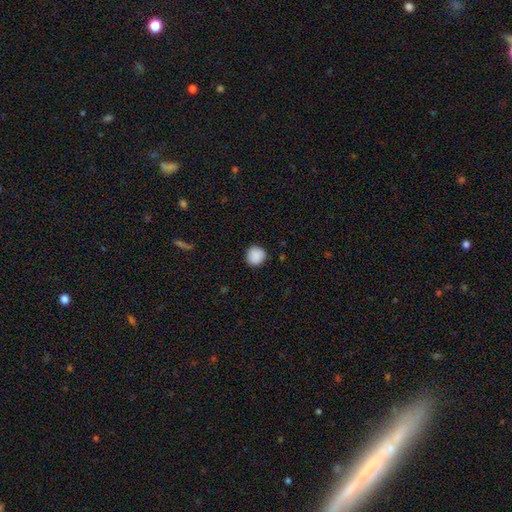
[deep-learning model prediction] This appears to be a smooth galaxy with no disk features (89%) that is round (91%). Merging: none (88%).